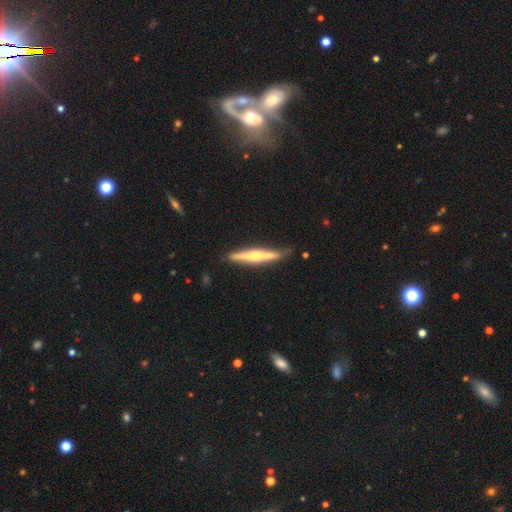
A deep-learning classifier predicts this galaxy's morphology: Smooth or featured: featured or disk — 65% (smooth — 30%)
Edge-on disk: yes — 97% (no — 3%)
Edge-on bulge: rounded — 75% (none — 14%)
Merging: none — 83% (minor disturbance — 13%)